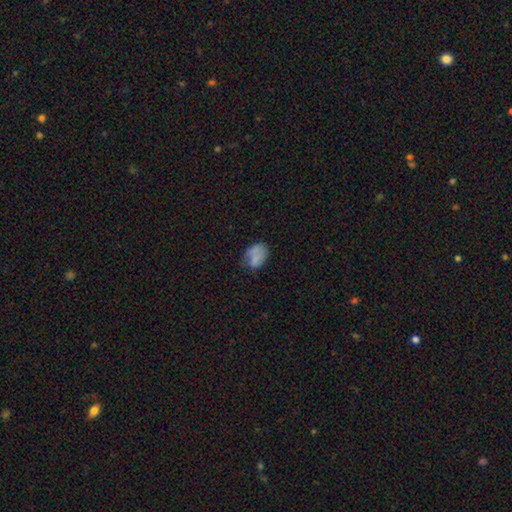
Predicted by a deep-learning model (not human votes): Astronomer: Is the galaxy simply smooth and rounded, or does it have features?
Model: smooth — 75%.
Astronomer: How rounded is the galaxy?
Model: in between — 78%.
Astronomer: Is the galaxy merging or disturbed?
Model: none — 45% (runner-up: minor disturbance, 33%).